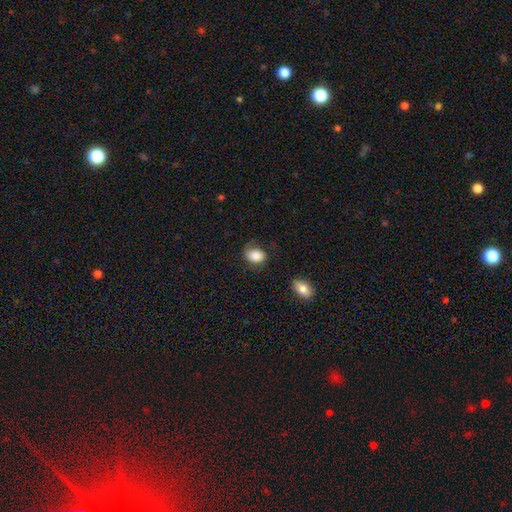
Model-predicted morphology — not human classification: smooth 79%, featured or disk 13%, star or artifact 8%. Down the decision tree: how rounded — in between (68%); merging — none (61%).